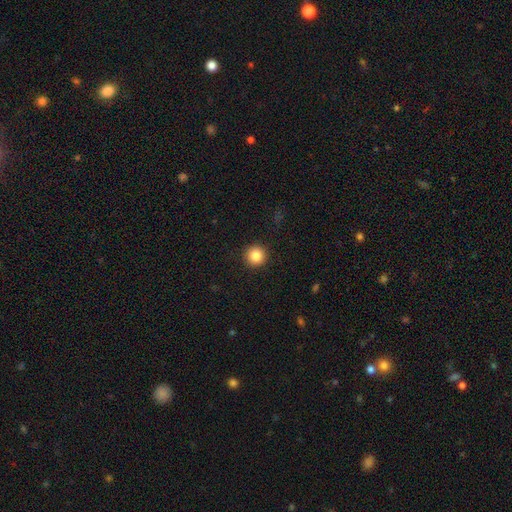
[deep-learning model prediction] Morphology: type=smooth (84%); roundness=round (96%); merging=none (93%).